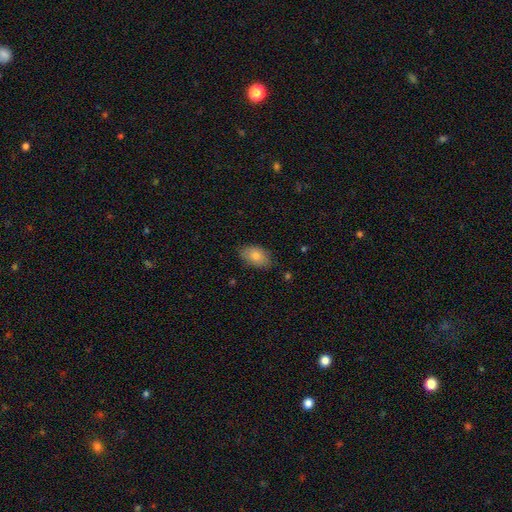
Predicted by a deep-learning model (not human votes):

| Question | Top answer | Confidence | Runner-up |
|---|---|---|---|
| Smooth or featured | smooth | 78% | featured or disk (14%) |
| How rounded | in between | 90% | round (9%) |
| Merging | none | 79% | minor disturbance (16%) |